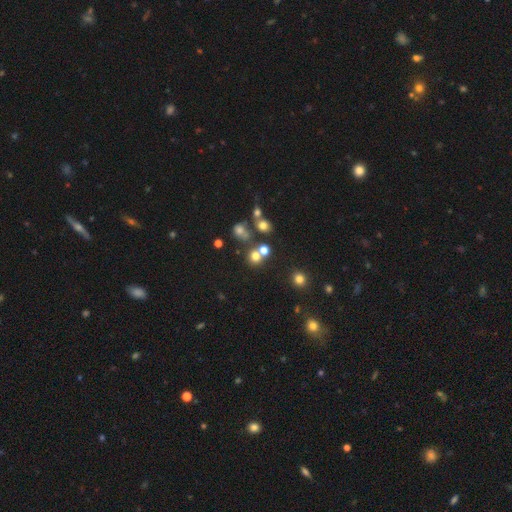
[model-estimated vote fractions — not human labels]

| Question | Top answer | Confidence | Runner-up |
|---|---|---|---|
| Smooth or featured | smooth | 69% | star or artifact (20%) |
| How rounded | round | 84% | in between (15%) |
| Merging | none | 55% | merger (31%) |